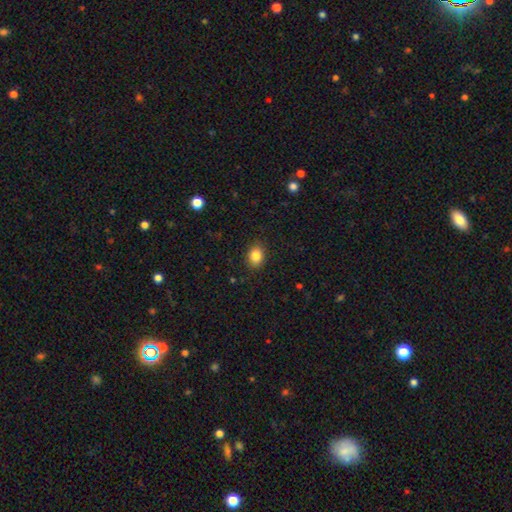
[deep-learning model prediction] smooth 85%, star or artifact 9%, featured or disk 6%. Down the decision tree: how rounded — in between (70%); merging — none (87%).